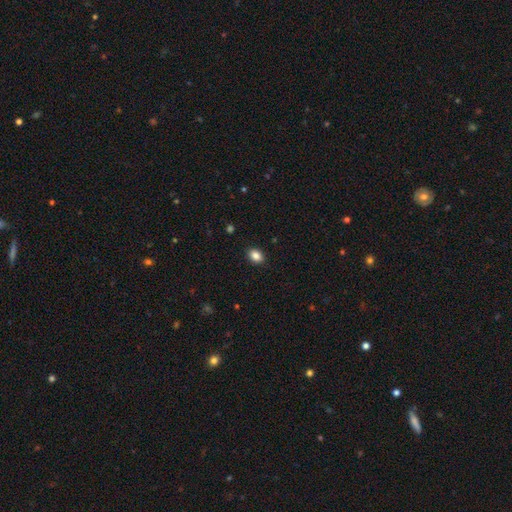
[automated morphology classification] Q: Smooth or featured?
A: smooth (87%); runner-up: star or artifact (9%)
Q: How rounded?
A: in between (73%); runner-up: round (25%)
Q: Merging?
A: none (89%); runner-up: minor disturbance (8%)